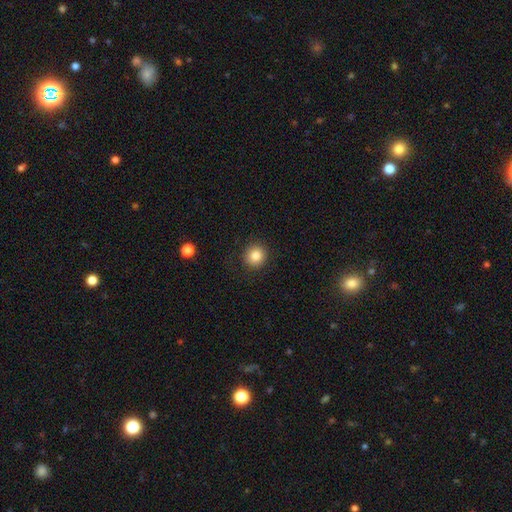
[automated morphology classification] smooth 84%, star or artifact 10%, featured or disk 6%. Down the decision tree: how rounded — round (92%); merging — none (90%).